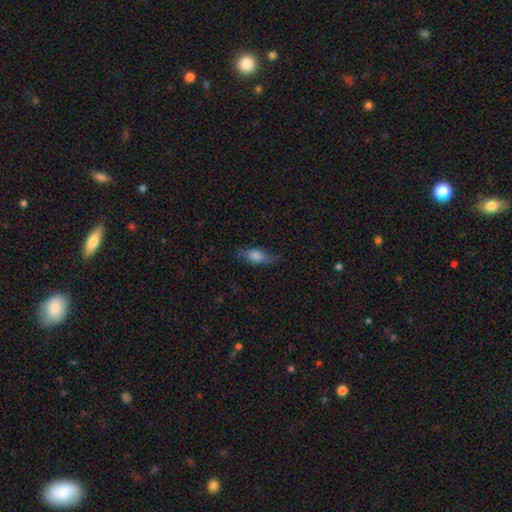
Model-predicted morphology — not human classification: Smooth or featured: smooth — 70% (featured or disk — 21%)
How rounded: in between — 73% (cigar-shaped — 20%)
Merging: none — 63% (minor disturbance — 26%)